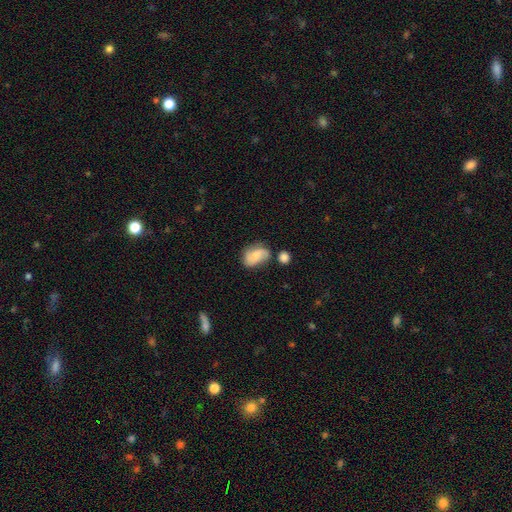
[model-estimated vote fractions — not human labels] Q: Smooth or featured?
A: smooth (61%); runner-up: featured or disk (31%)
Q: How rounded?
A: in between (83%); runner-up: round (15%)
Q: Merging?
A: none (48%); runner-up: minor disturbance (28%)